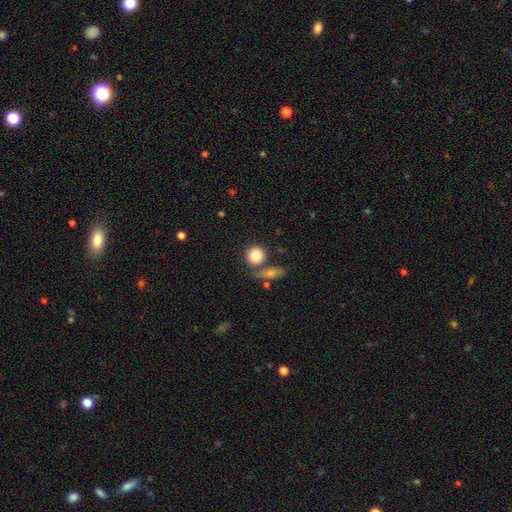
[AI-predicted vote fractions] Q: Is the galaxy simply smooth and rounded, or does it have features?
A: smooth — 82%.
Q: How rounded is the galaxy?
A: round — 85%.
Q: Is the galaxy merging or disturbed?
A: none — 65%.